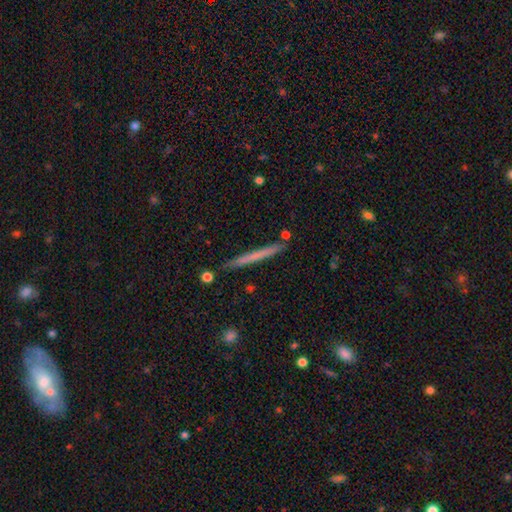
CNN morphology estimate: Smooth or featured: smooth — 55% (featured or disk — 39%)
How rounded: cigar-shaped — 97% (in between — 2%)
Merging: none — 89% (minor disturbance — 7%)